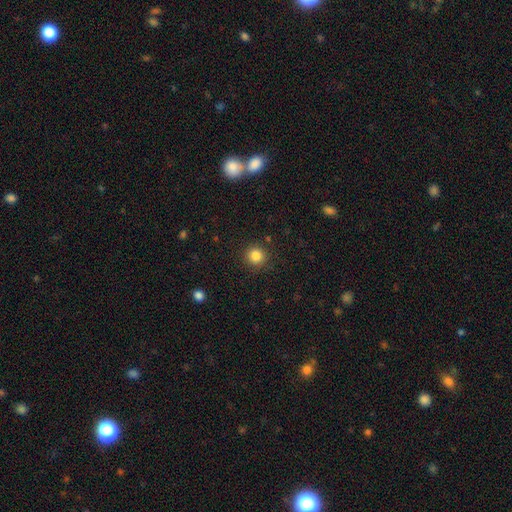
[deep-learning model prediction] Smooth or featured? Predicted: smooth (p=0.84). How rounded? Predicted: round (p=0.93). Merging? Predicted: none (p=0.89).